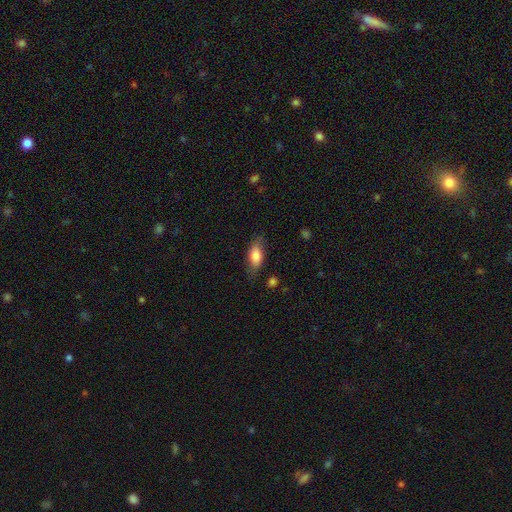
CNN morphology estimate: Smooth or featured? Predicted: smooth (p=0.77). How rounded? Predicted: in between (p=0.80). Merging? Predicted: none (p=0.71).